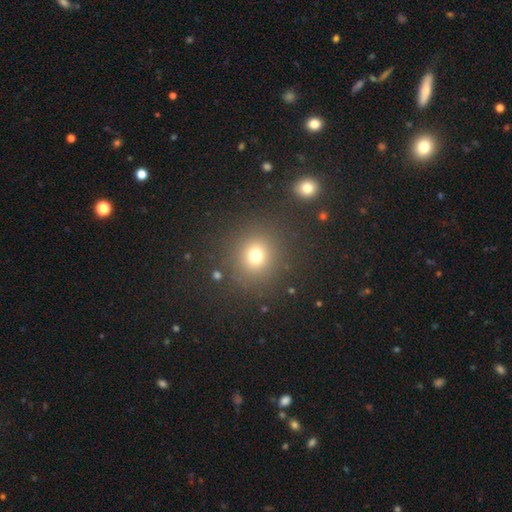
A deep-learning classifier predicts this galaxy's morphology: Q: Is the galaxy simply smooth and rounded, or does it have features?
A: smooth — 72%.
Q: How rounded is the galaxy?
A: round — 89%.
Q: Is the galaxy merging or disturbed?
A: none — 86%.